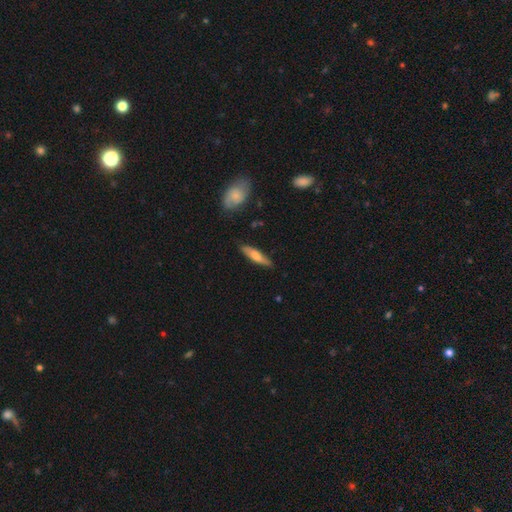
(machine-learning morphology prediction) Smooth or featured?
  - smooth: 62% *
  - featured or disk: 32%
  - star or artifact: 6%
How rounded?
  - cigar-shaped: 75% *
  - in between: 24%
  - round: 2%
Merging?
  - none: 81% *
  - minor disturbance: 14%
  - major disturbance: 3%
  - merger: 2%